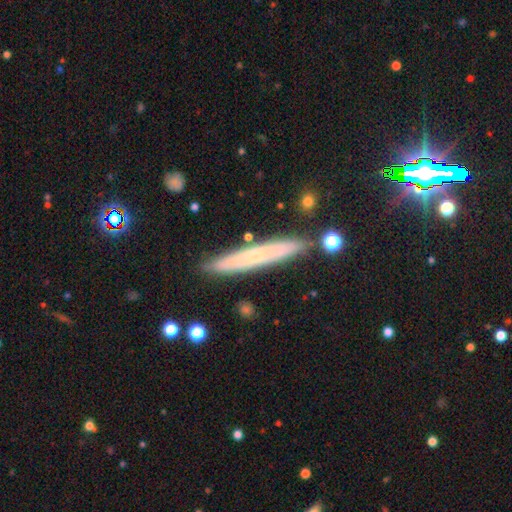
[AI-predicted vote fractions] A smooth galaxy with no disk features (48%). Merging: none (86%).